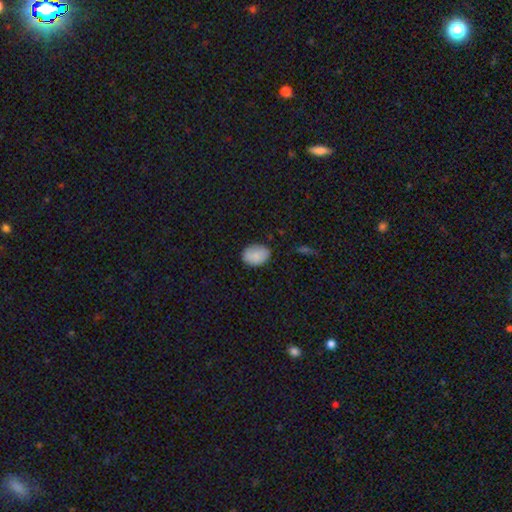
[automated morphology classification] Smooth or featured? Predicted: smooth (p=0.87). How rounded? Predicted: in between (p=0.70). Merging? Predicted: none (p=0.79).